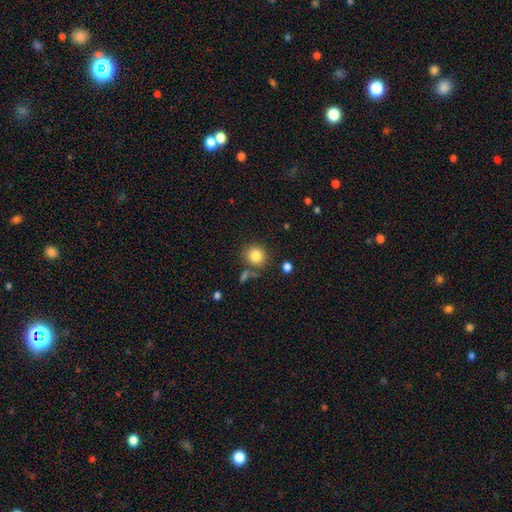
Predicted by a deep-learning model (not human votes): smooth 83%, star or artifact 10%, featured or disk 7%. Down the decision tree: how rounded — round (87%); merging — none (78%).